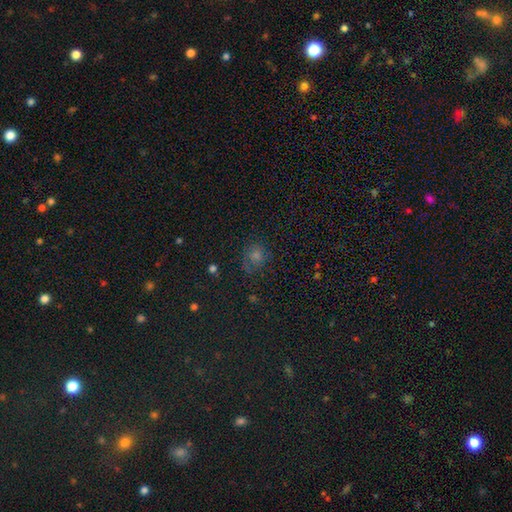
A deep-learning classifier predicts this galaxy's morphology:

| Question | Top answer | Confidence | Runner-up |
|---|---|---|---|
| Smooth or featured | smooth | 48% | star or artifact (38%) |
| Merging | none | 71% | minor disturbance (18%) |